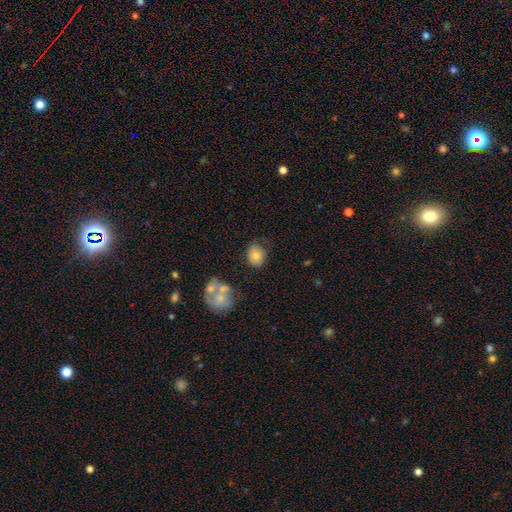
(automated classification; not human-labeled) Smooth or featured?
  - smooth: 74% *
  - featured or disk: 17%
  - star or artifact: 9%
How rounded?
  - round: 62% *
  - in between: 37%
  - cigar-shaped: 1%
Merging?
  - none: 67% *
  - minor disturbance: 20%
  - major disturbance: 7%
  - merger: 6%